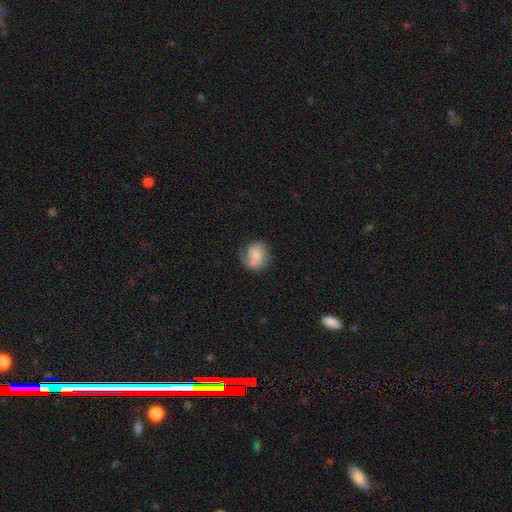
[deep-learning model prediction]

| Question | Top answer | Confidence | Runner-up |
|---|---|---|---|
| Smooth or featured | smooth | 47% | featured or disk (45%) |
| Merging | none | 49% | minor disturbance (23%) |